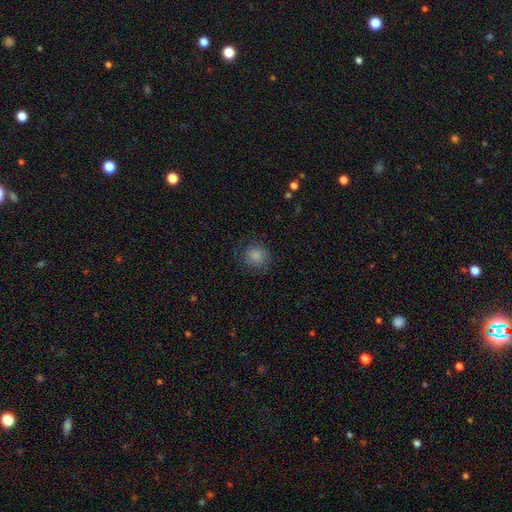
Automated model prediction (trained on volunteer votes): Smooth or featured? smooth (82%)
How rounded? round (88%)
Merging? none (78%)